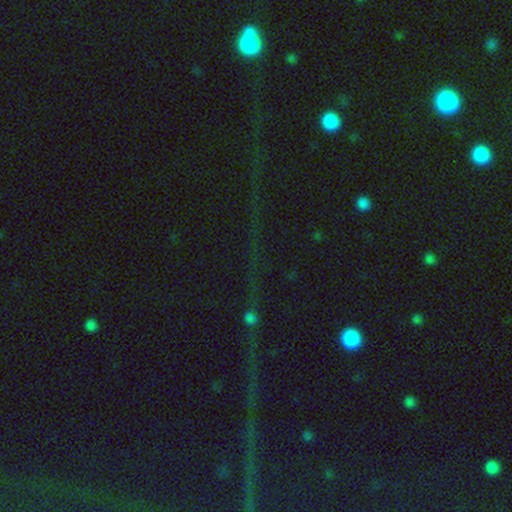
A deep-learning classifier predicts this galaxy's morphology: Smooth or featured? star or artifact (73%)